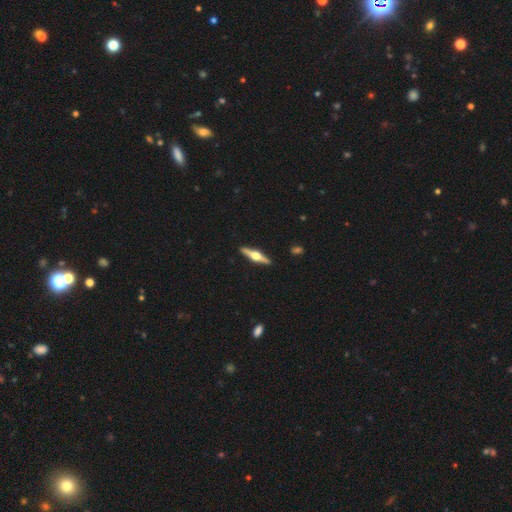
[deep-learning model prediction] Smooth or featured?
  - featured or disk: 77% *
  - smooth: 18%
  - star or artifact: 5%
Edge-on disk?
  - yes: 98% *
  - no: 2%
Edge-on bulge?
  - rounded: 96% *
  - boxy: 3%
  - none: 1%
Merging?
  - none: 92% *
  - minor disturbance: 6%
  - major disturbance: 1%
  - merger: 1%